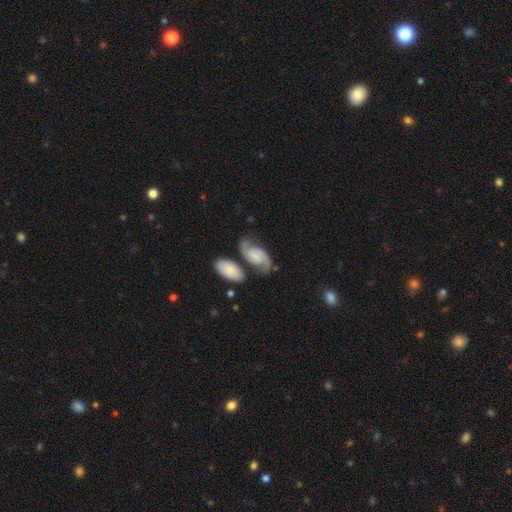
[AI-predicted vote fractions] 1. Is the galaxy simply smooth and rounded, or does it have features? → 80% featured or disk, 14% smooth, 6% star or artifact.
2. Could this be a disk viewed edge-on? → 97% no, 3% yes.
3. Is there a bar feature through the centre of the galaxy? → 56% no, 35% weak, 9% strong.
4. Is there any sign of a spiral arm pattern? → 96% yes, 4% no.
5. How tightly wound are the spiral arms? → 49% medium, 32% loose, 19% tight.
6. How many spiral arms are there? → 91% 2, 4% can't tell, 2% 1, 1% 3, 1% 4, 1% more than 4.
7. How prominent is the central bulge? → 46% small, 27% none, 19% moderate, 6% large, 2% dominant.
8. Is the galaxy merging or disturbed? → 57% none, 18% minor disturbance, 16% merger, 9% major disturbance.